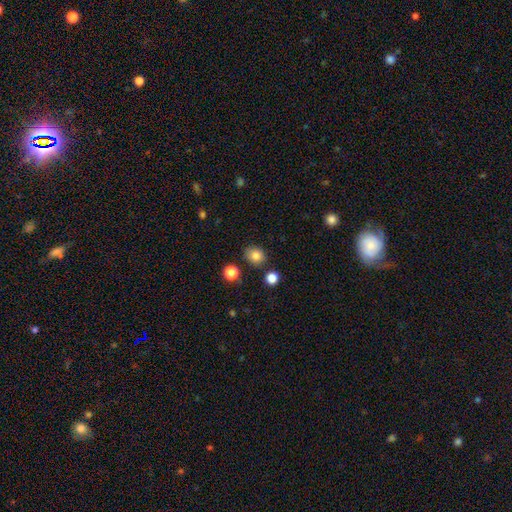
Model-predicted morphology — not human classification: Overall: smooth (82%). How rounded: round (67%; in between 32%). Merging: none (83%).